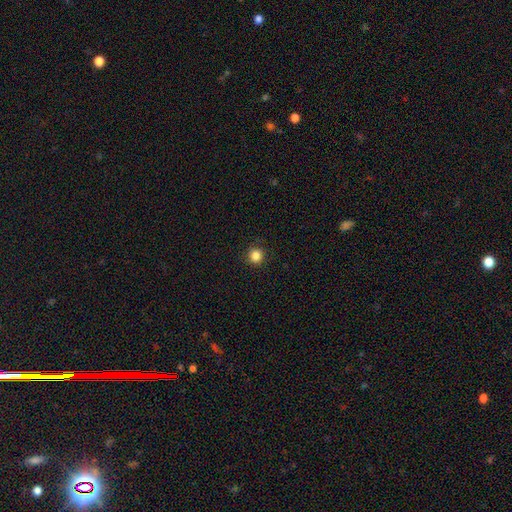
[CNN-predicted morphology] Overall: smooth (85%). How rounded: round (93%). Merging: none (90%).